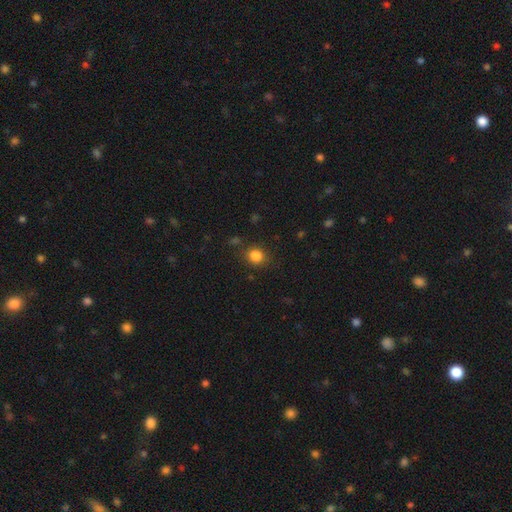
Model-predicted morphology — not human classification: Smooth or featured?
  - smooth: 84% *
  - star or artifact: 11%
  - featured or disk: 4%
How rounded?
  - round: 75% *
  - in between: 24%
  - cigar-shaped: 1%
Merging?
  - none: 81% *
  - minor disturbance: 12%
  - major disturbance: 4%
  - merger: 3%